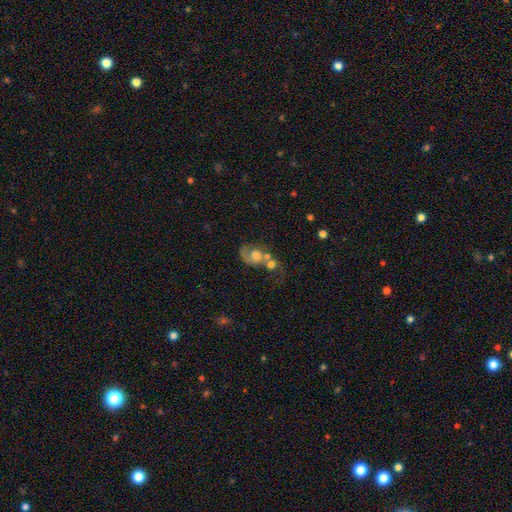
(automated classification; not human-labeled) Smooth or featured?
  - featured or disk: 49% *
  - smooth: 42%
  - star or artifact: 9%
Merging?
  - merger: 60% *
  - none: 17%
  - major disturbance: 14%
  - minor disturbance: 9%